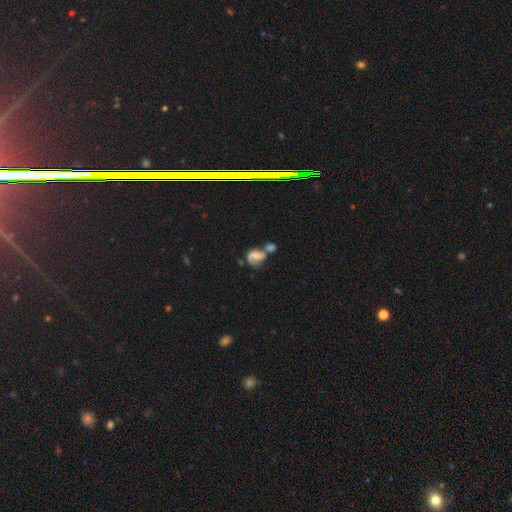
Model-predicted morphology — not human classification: Smooth or featured?
  - featured or disk: 57% *
  - smooth: 31%
  - star or artifact: 12%
Edge-on disk?
  - no: 97% *
  - yes: 3%
Bar?
  - no: 50% *
  - weak: 34%
  - strong: 16%
Spiral arms?
  - yes: 81% *
  - no: 19%
Bulge size?
  - none: 40% *
  - small: 30%
  - moderate: 21%
  - large: 7%
  - dominant: 2%
Merging?
  - merger: 54% *
  - none: 22%
  - major disturbance: 13%
  - minor disturbance: 12%